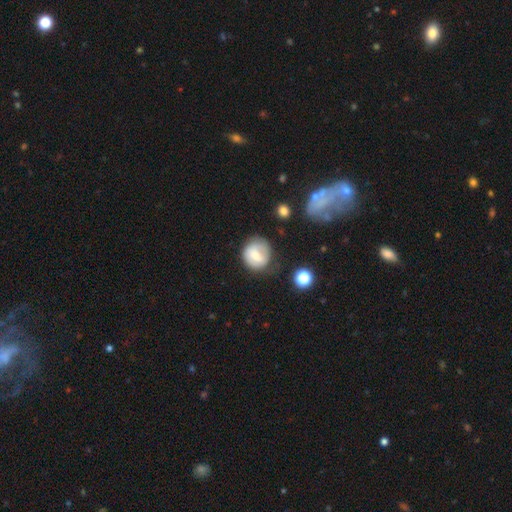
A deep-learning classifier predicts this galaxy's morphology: smooth-or-featured: smooth: 60% | featured or disk: 31% | star or artifact: 8%
  how-rounded: round: 81% | in between: 18% | cigar-shaped: 1%
  merging: none: 62% | minor disturbance: 24% | major disturbance: 10% | merger: 4%